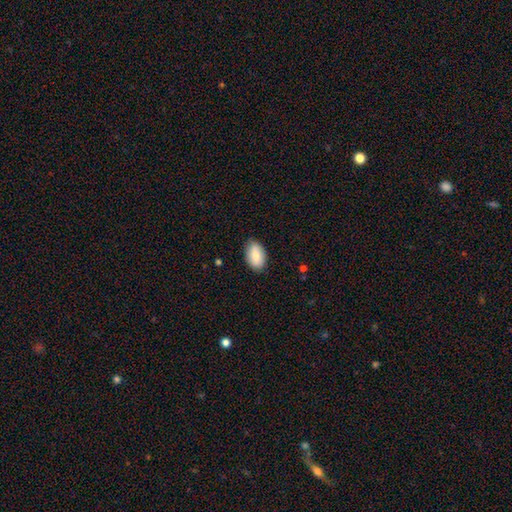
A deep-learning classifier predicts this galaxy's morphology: Smooth or featured: smooth — 81% (featured or disk — 13%)
How rounded: in between — 93% (round — 6%)
Merging: none — 82% (minor disturbance — 14%)